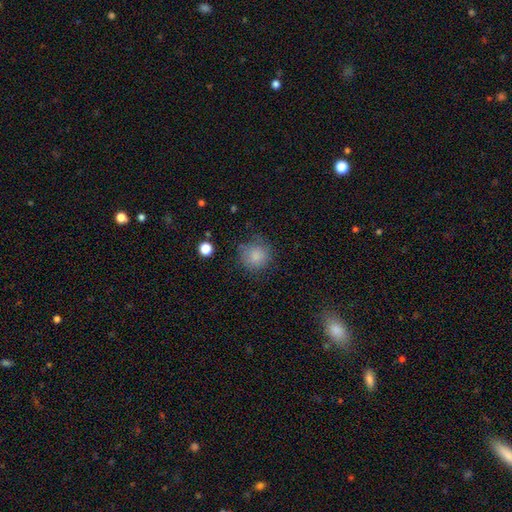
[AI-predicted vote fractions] smooth-or-featured: smooth: 82% | star or artifact: 11% | featured or disk: 7%
  how-rounded: round: 90% | in between: 9% | cigar-shaped: 1%
  merging: none: 73% | minor disturbance: 18% | major disturbance: 7% | merger: 2%